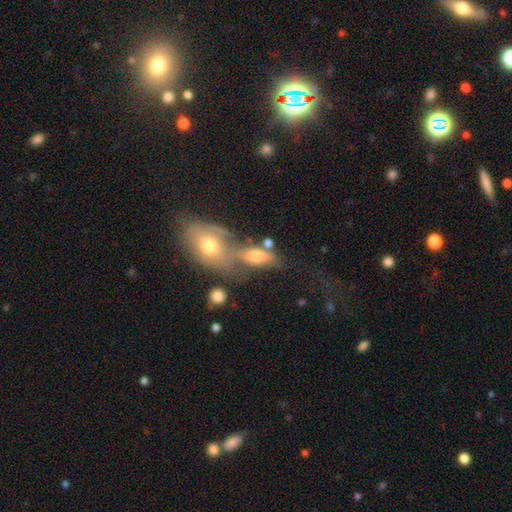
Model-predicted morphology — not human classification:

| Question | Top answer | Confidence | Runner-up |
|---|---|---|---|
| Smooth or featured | smooth | 51% | featured or disk (37%) |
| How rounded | in between | 81% | cigar-shaped (10%) |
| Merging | merger | 58% | none (21%) |